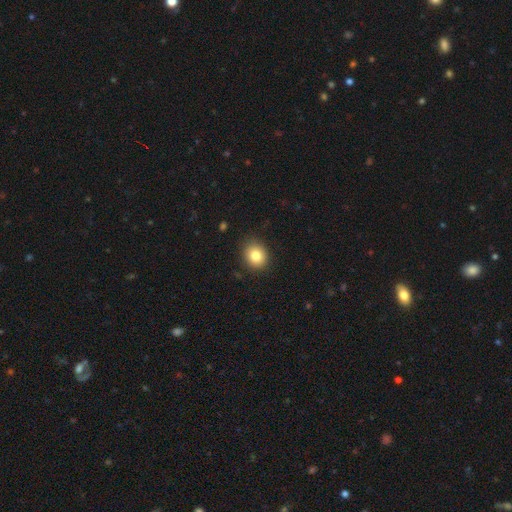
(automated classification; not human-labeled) A smooth galaxy with no disk features (84%) that is round (70%). Merging: none (87%).